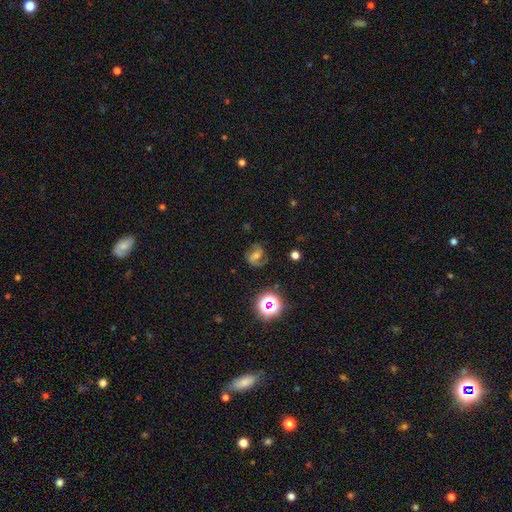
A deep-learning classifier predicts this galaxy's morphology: smooth_or_featured: featured or disk (p=0.60) [alt: smooth p=0.22]
disk_edge_on: no (p=0.97) [alt: yes p=0.03]
bar: weak (p=0.42) [alt: no p=0.30]
has_spiral_arms: yes (p=0.90) [alt: no p=0.10]
spiral_winding: medium (p=0.50) [alt: loose p=0.29]
spiral_arm_count: 2 (p=0.82) [alt: can't tell p=0.07]
bulge_size: moderate (p=0.52) [alt: small p=0.33]
merging: none (p=0.73) [alt: minor disturbance p=0.16]